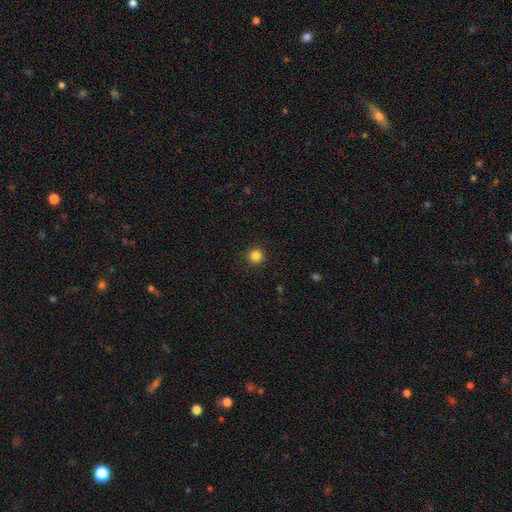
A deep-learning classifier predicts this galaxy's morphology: The model was most divided on "smooth or featured": smooth: 84%, star or artifact: 12%, featured or disk: 4%. More confident: how rounded — round (95%); merging — none (91%).